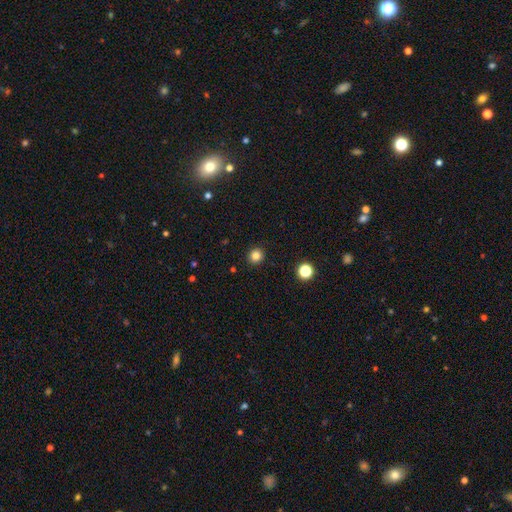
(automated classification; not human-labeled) smooth-or-featured: smooth: 83% | star or artifact: 13% | featured or disk: 5%
  how-rounded: round: 89% | in between: 10% | cigar-shaped: 1%
  merging: none: 92% | minor disturbance: 5% | major disturbance: 2% | merger: 1%